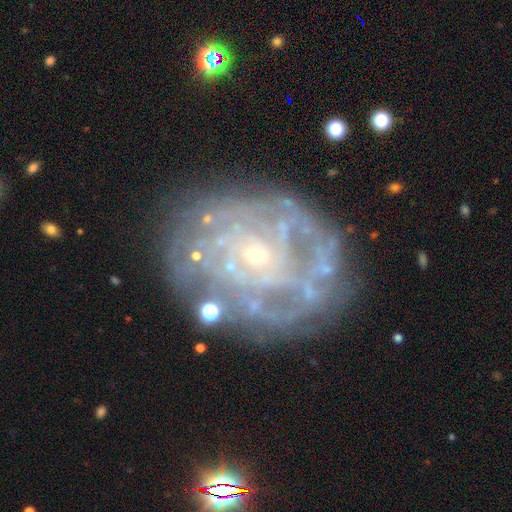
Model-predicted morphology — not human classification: Overall: featured or disk (80%). Edge-on disk: no (97%). Bar: no (78%). Spiral arms: yes (64%; no 36%). Bulge size: small (71%). Merging: none (70%).